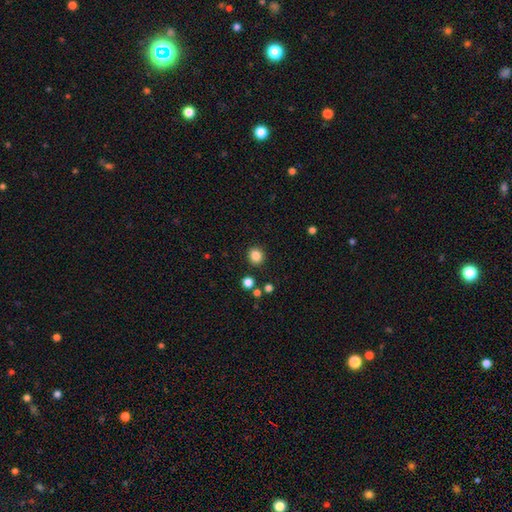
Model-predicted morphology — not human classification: smooth 85%, star or artifact 11%, featured or disk 4%. Down the decision tree: how rounded — round (88%); merging — none (90%).